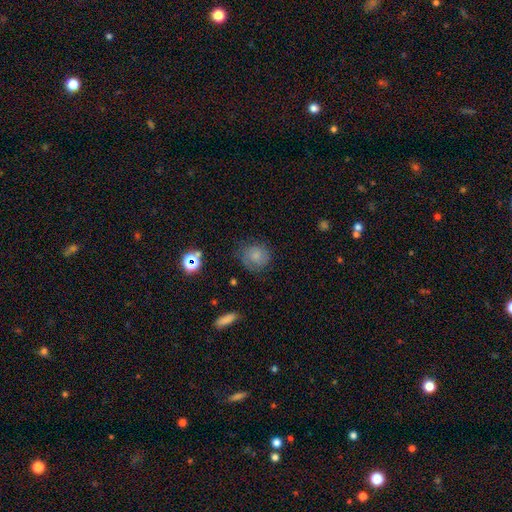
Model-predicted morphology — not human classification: smooth-or-featured: smooth: 70% | featured or disk: 17% | star or artifact: 13%
  how-rounded: round: 85% | in between: 14% | cigar-shaped: 1%
  merging: none: 71% | minor disturbance: 20% | major disturbance: 8% | merger: 2%